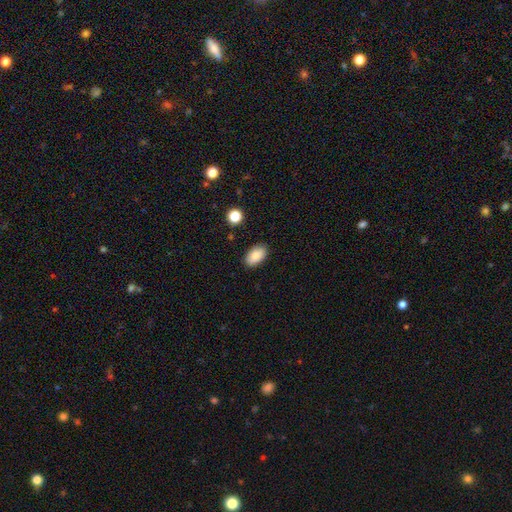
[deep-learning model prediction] Overall: smooth (88%). How rounded: in between (94%). Merging: none (87%).